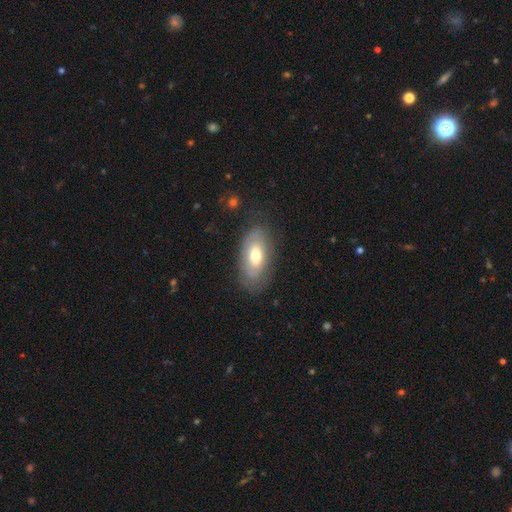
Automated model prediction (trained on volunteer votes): Overall: smooth (55%; featured or disk 39%). How rounded: in between (92%). Merging: none (76%).